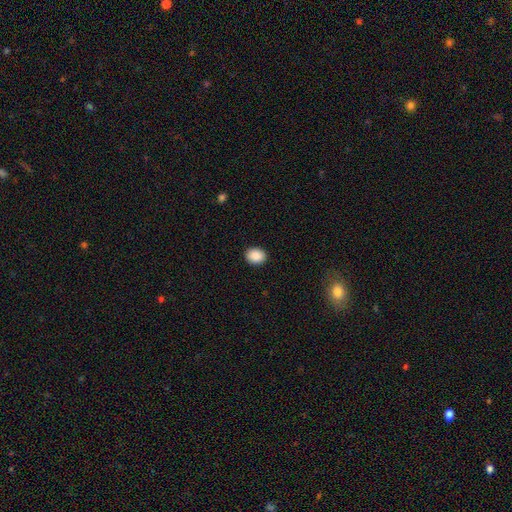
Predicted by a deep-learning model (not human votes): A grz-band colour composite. It shows a smooth galaxy with no disk features (89%) that is in between round and cigar-shaped (51%). Merging: none (91%).